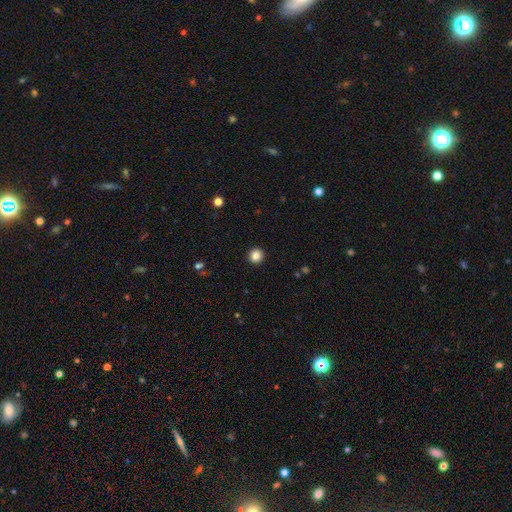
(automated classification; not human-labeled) Smooth or featured: smooth — 85% (star or artifact — 11%)
How rounded: round — 94% (in between — 5%)
Merging: none — 93% (minor disturbance — 4%)